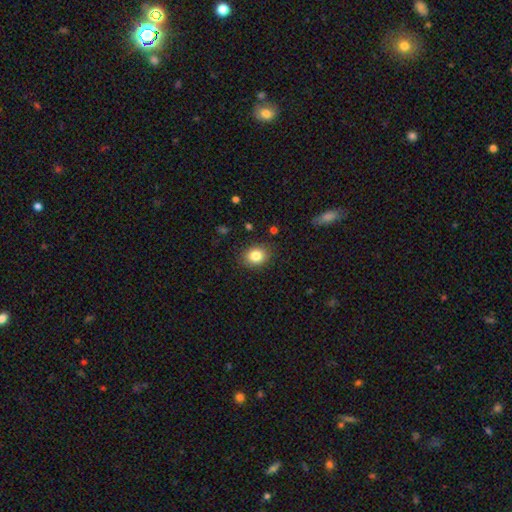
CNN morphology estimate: smooth_or_featured: smooth (p=0.83) [alt: star or artifact p=0.10]
how_rounded: round (p=0.53) [alt: in between p=0.46]
merging: none (p=0.87) [alt: minor disturbance p=0.09]